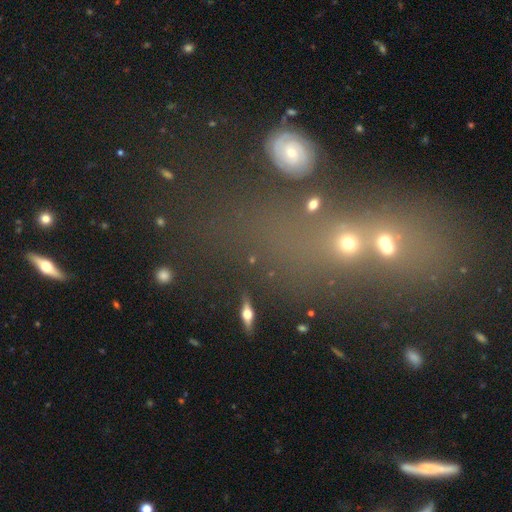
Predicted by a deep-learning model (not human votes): Smooth or featured?
  - smooth: 41% *
  - star or artifact: 40%
  - featured or disk: 19%
Merging?
  - none: 38% *
  - merger: 35%
  - major disturbance: 15%
  - minor disturbance: 12%